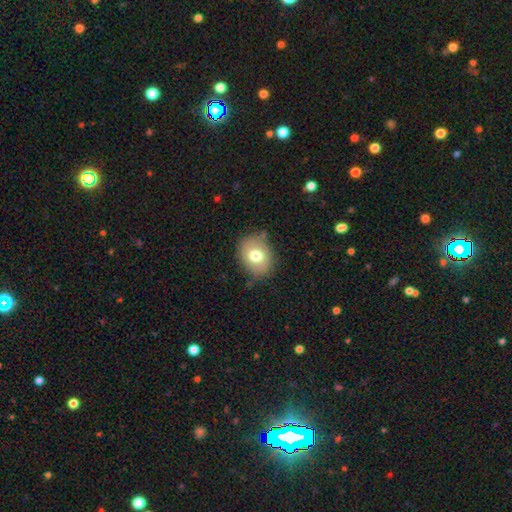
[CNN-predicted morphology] A smooth galaxy with no disk features (73%) that is round (53%).

Vote fractions:
- Smooth or featured? smooth: 73% / featured or disk: 17% / star or artifact: 9%
- How rounded? round: 53% / in between: 46% / cigar-shaped: 1%
- Merging? none: 75% / minor disturbance: 18% / major disturbance: 4% / merger: 2%